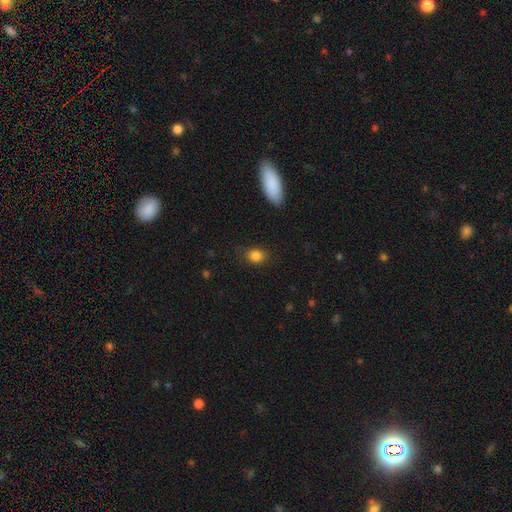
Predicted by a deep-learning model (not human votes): Smooth or featured? Predicted: smooth (p=0.85). How rounded? Predicted: in between (p=0.50). Merging? Predicted: none (p=0.82).